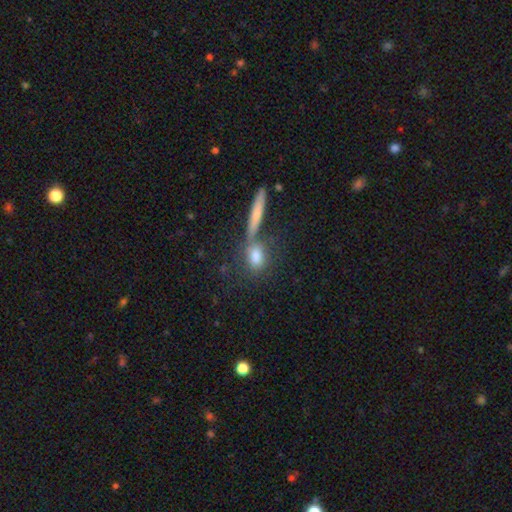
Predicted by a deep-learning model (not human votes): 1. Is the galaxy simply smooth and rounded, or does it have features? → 71% smooth, 17% featured or disk, 12% star or artifact.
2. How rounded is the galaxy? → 48% in between, 28% round, 24% cigar-shaped.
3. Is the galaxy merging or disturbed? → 55% none, 28% merger, 11% minor disturbance, 6% major disturbance.